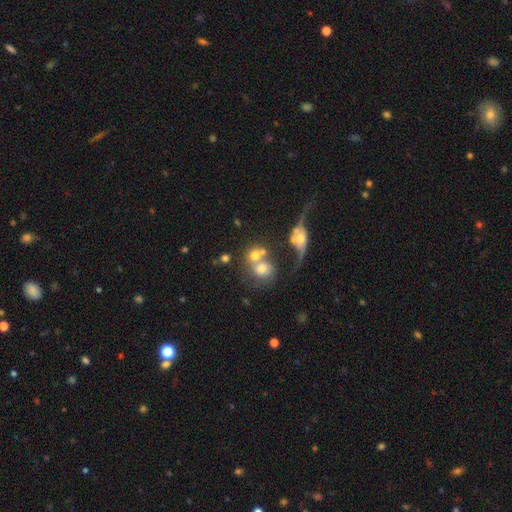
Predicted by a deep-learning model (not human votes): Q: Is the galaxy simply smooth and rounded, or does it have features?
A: smooth — 48%.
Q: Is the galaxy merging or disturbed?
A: merger — 52%.